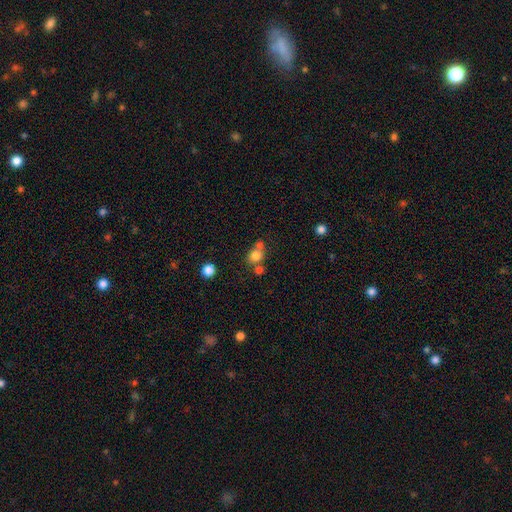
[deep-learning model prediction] This is likely a smooth galaxy (79%). How rounded: likely round (68%). Merging: possibly none (50%).